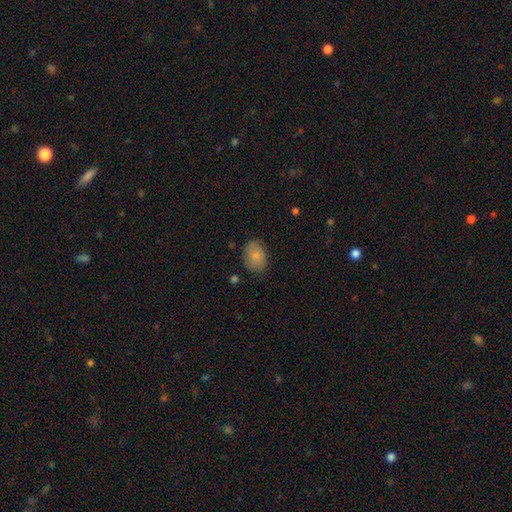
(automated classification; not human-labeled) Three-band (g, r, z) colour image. It shows a smooth galaxy with no disk features (79%) that is in between round and cigar-shaped (75%). Merging: none (75%).